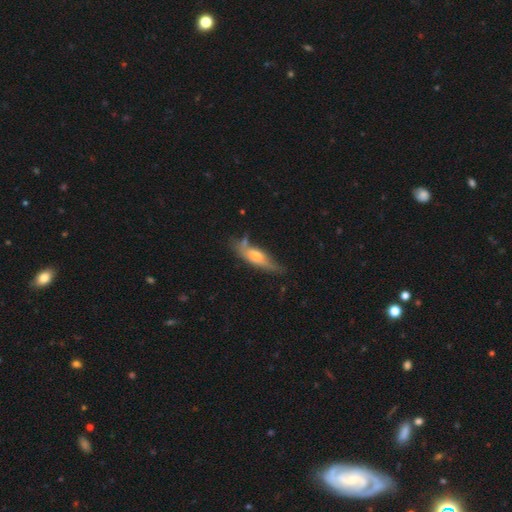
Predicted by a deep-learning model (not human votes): Smooth or featured? Predicted: featured or disk (p=0.49). Merging? Predicted: none (p=0.57).